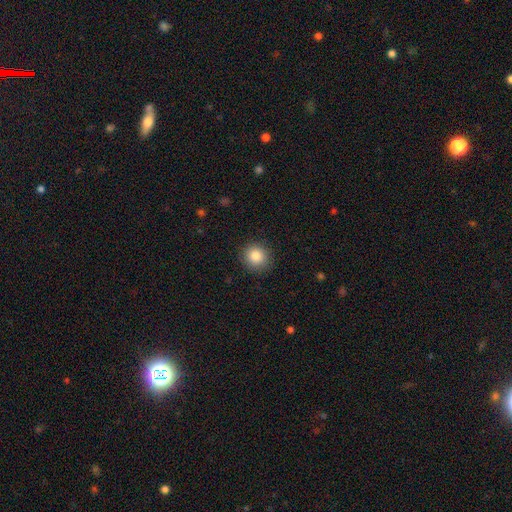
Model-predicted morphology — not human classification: This is clearly a smooth galaxy (85%). How rounded: clearly round (91%). Merging: clearly none (90%).